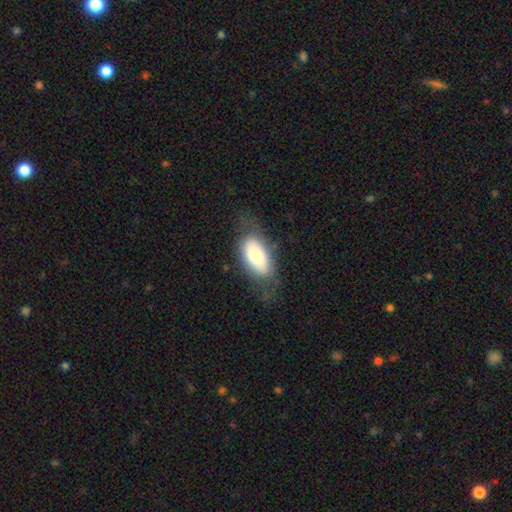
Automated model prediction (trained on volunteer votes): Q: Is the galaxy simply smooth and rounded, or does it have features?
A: smooth — 68%.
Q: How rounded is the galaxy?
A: in between — 91%.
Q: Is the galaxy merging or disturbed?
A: none — 65%.